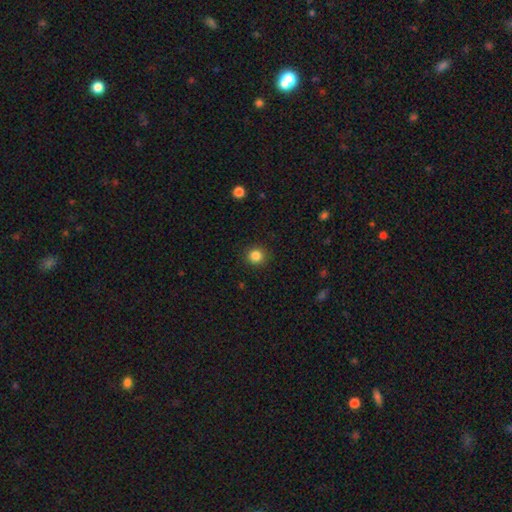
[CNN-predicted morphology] This appears to be a smooth galaxy with no disk features (85%) that is round (92%). Merging: none (90%).